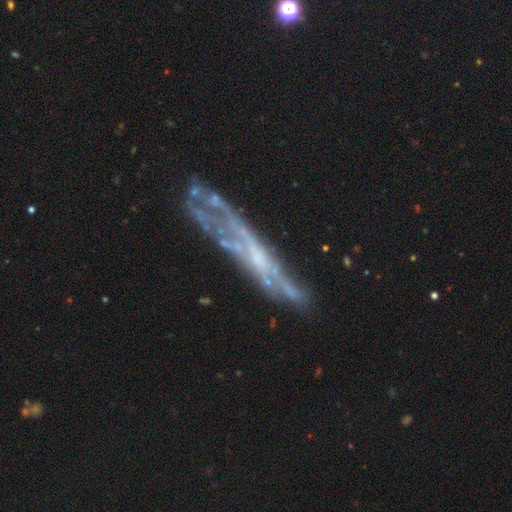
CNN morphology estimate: A featured or disk galaxy (73%) viewed edge-on (59%). Merging: none (59%).